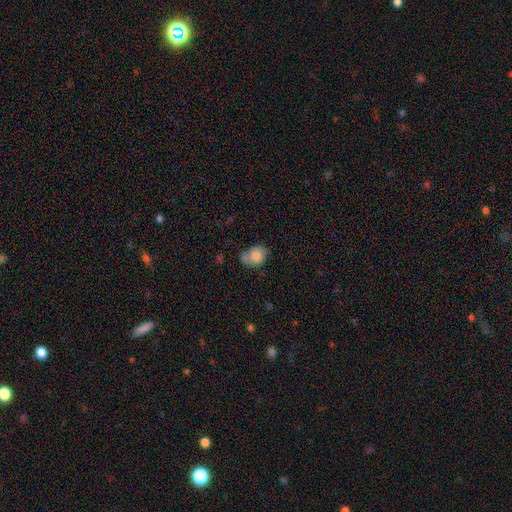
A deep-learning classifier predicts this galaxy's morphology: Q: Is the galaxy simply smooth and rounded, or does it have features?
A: smooth — 77%.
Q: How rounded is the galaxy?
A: in between — 54%.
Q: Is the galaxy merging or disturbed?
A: none — 49%.